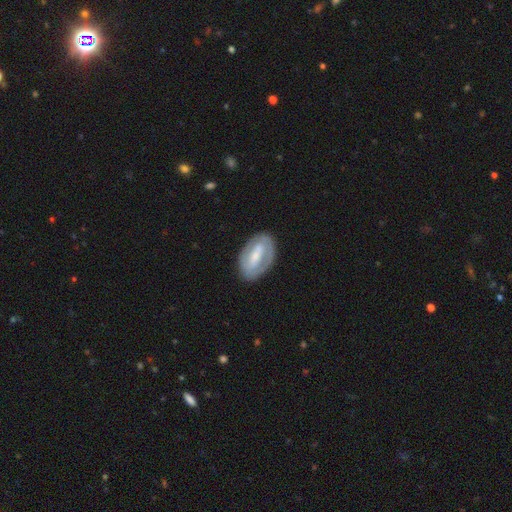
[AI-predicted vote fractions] The model was most divided on "spiral arms": no: 51%, yes: 49%. Remaining: edge-on disk — no (93%); merging — none (80%); smooth or featured — featured or disk (64%); bar — strong (49%); bulge size — small (45%).